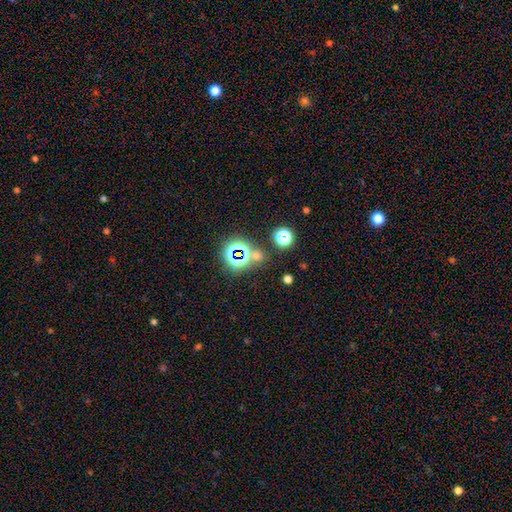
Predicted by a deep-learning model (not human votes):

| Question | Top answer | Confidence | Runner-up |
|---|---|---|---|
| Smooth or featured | star or artifact | 64% | smooth (28%) |